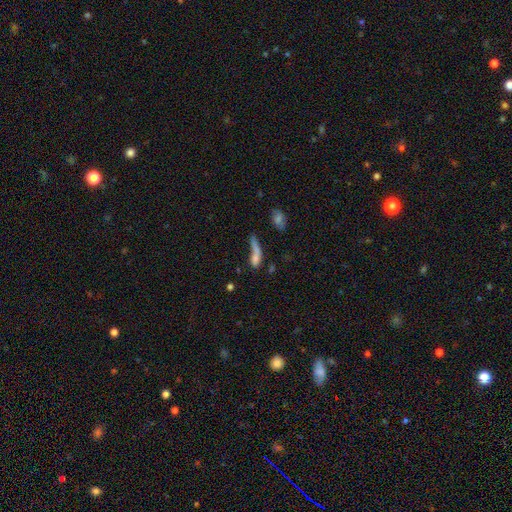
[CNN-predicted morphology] Smooth or featured?
  - smooth: 67% *
  - featured or disk: 21%
  - star or artifact: 12%
How rounded?
  - cigar-shaped: 54% *
  - in between: 40%
  - round: 6%
Merging?
  - major disturbance: 31% *
  - none: 28%
  - merger: 22%
  - minor disturbance: 19%